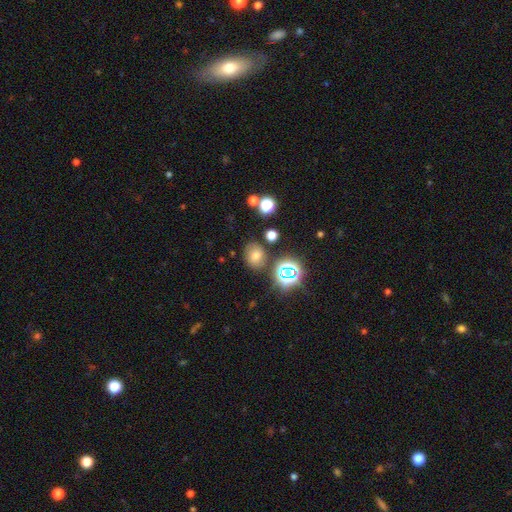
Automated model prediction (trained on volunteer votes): A smooth galaxy with no disk features (62%) that is round (65%). Merging: none (80%).